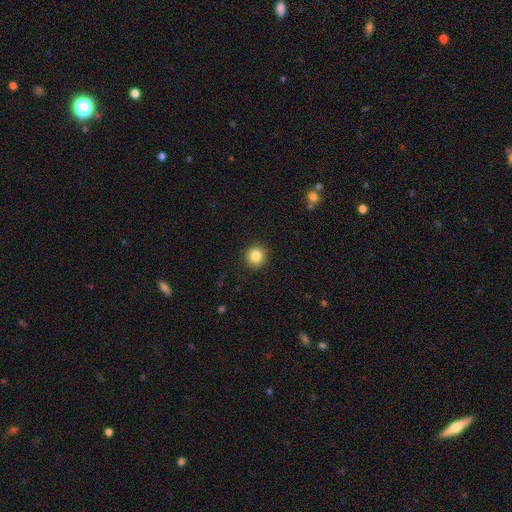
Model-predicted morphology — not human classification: Overall: smooth (85%). How rounded: round (92%). Merging: none (92%).